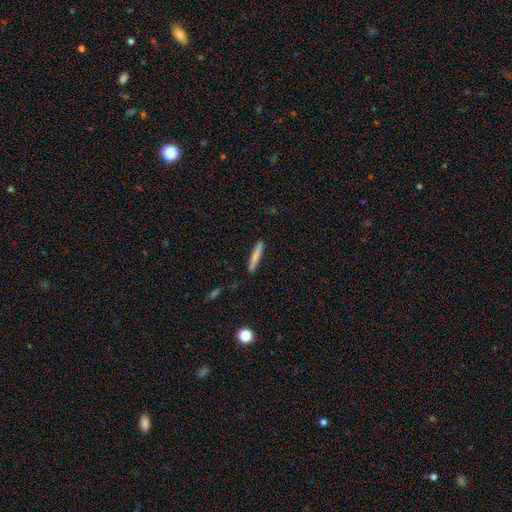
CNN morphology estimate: smooth_or_featured: smooth (p=0.77) [alt: featured or disk p=0.18]
how_rounded: cigar-shaped (p=0.93) [alt: in between p=0.05]
merging: none (p=0.89) [alt: minor disturbance p=0.08]